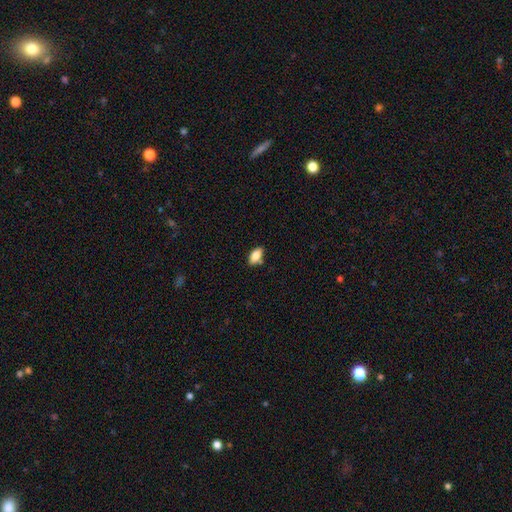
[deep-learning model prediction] smooth-or-featured: smooth: 82% | featured or disk: 10% | star or artifact: 8%
  how-rounded: in between: 89% | cigar-shaped: 7% | round: 4%
  merging: none: 75% | minor disturbance: 16% | merger: 6% | major disturbance: 3%